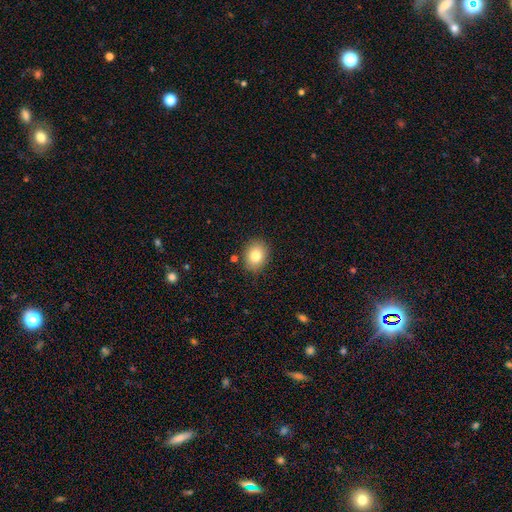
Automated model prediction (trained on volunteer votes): Smooth or featured: smooth — 81% (featured or disk — 10%)
How rounded: in between — 51% (round — 48%)
Merging: none — 86% (minor disturbance — 10%)